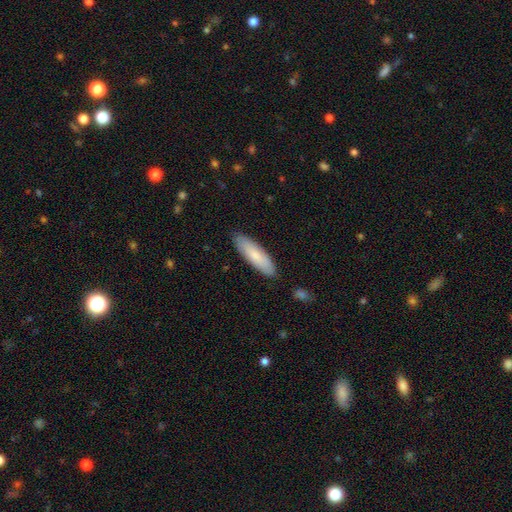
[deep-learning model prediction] This appears to be a smooth galaxy with no disk features (80%) that is cigar-shaped (57%). Merging: none (88%).